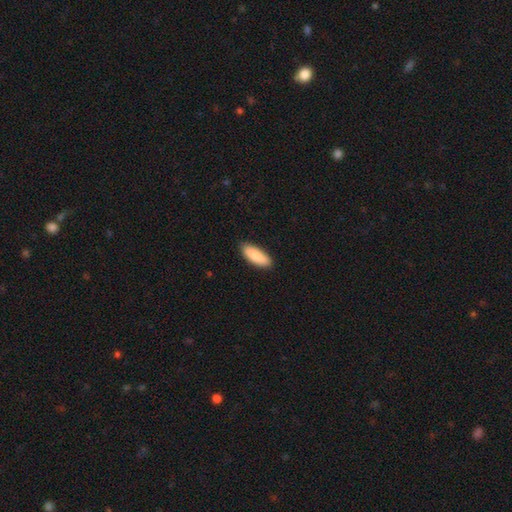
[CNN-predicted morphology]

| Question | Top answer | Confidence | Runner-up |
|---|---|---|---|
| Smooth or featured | smooth | 88% | featured or disk (7%) |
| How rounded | in between | 74% | cigar-shaped (25%) |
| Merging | none | 88% | minor disturbance (9%) |